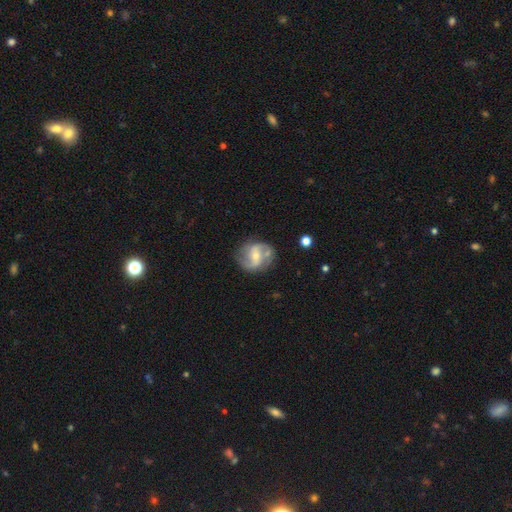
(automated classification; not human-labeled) Morphology: type=featured or disk (78%); edge-on=no (97%); bar=weak (41%); spiral arms=yes (90%); winding=medium (43%); arm count=2 (87%); bulge=small (50%); merging=none (74%).